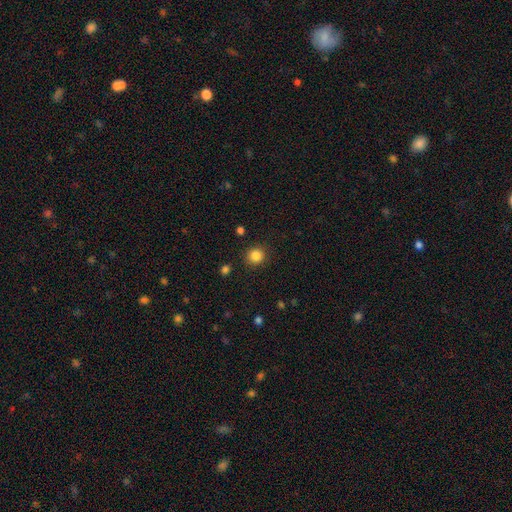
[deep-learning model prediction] The model was most divided on "smooth or featured": smooth: 85%, star or artifact: 12%, featured or disk: 4%. More confident: how rounded — round (91%); merging — none (90%).